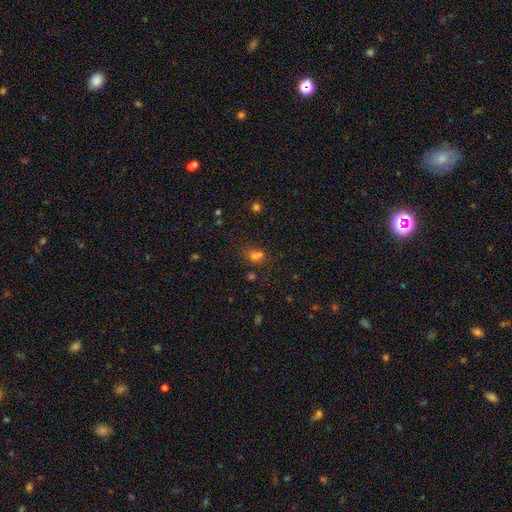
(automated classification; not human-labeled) Smooth or featured? Predicted: smooth (p=0.63). How rounded? Predicted: round (p=0.50). Merging? Predicted: none (p=0.45).